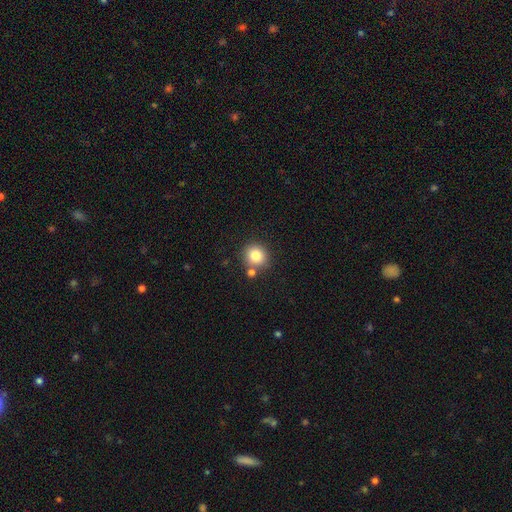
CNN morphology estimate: type=smooth (83%); roundness=round (88%); merging=none (75%).